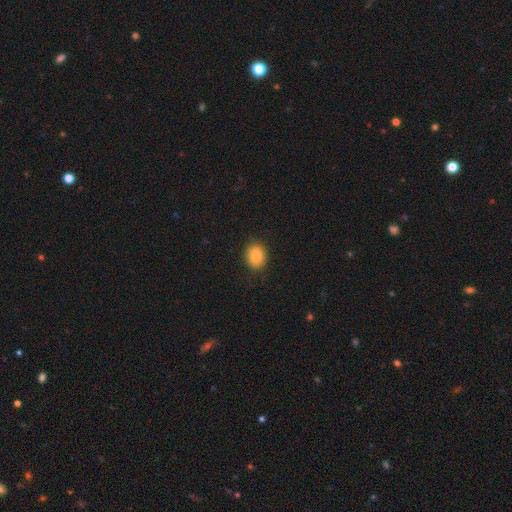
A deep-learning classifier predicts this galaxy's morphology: Smooth or featured?
  - smooth: 87% *
  - star or artifact: 9%
  - featured or disk: 5%
How rounded?
  - round: 50% *
  - in between: 49%
  - cigar-shaped: 1%
Merging?
  - none: 87% *
  - minor disturbance: 9%
  - major disturbance: 2%
  - merger: 1%